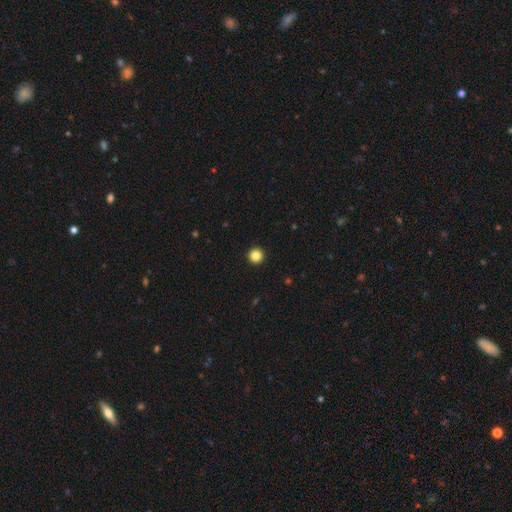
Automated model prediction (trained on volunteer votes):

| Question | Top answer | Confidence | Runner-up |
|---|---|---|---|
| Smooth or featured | smooth | 84% | star or artifact (11%) |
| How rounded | round | 96% | in between (3%) |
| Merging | none | 94% | minor disturbance (3%) |